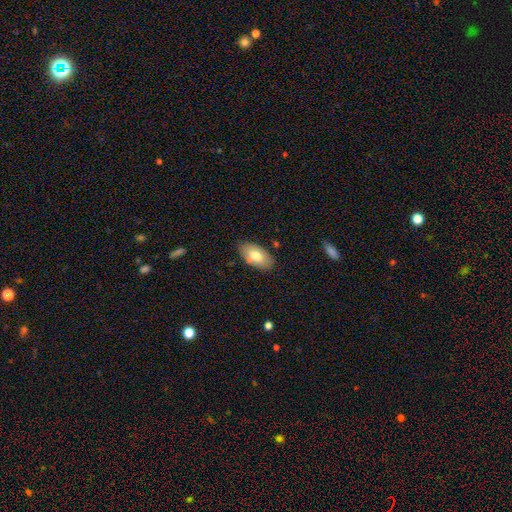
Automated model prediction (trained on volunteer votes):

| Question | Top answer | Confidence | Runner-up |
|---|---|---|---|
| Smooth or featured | smooth | 72% | featured or disk (22%) |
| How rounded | in between | 94% | round (3%) |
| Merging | none | 79% | minor disturbance (13%) |